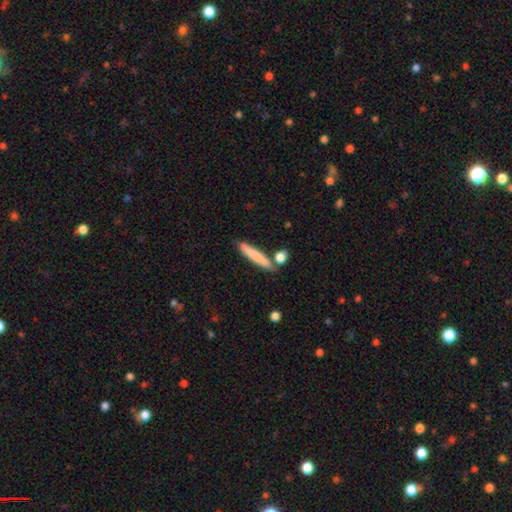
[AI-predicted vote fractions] A smooth galaxy with no disk features (75%) that is cigar-shaped (91%).

Vote fractions:
- Smooth or featured? smooth: 75% / featured or disk: 19% / star or artifact: 6%
- How rounded? cigar-shaped: 91% / in between: 7% / round: 2%
- Merging? none: 75% / minor disturbance: 13% / merger: 9% / major disturbance: 3%